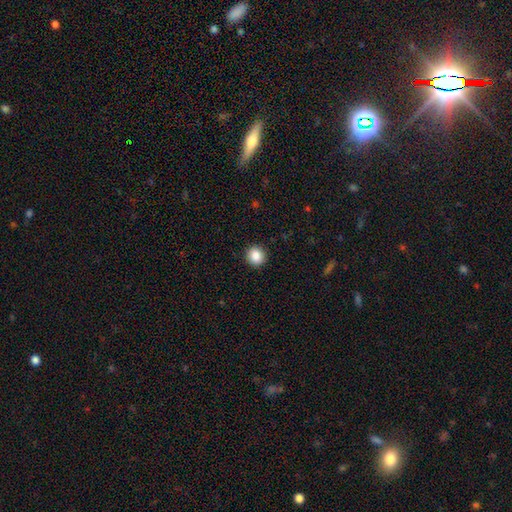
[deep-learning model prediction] This is clearly a smooth galaxy (86%). How rounded: clearly round (91%). Merging: clearly none (92%).